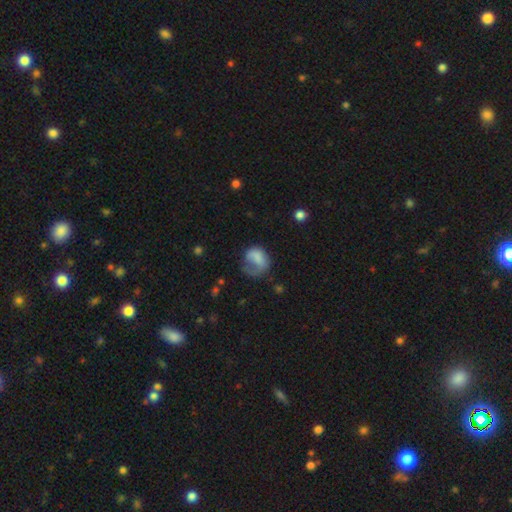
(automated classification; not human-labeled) The model was most divided on "how rounded": round: 54%, in between: 45%, cigar-shaped: 1%. Remaining: smooth or featured — smooth (65%); merging — major disturbance (43%).